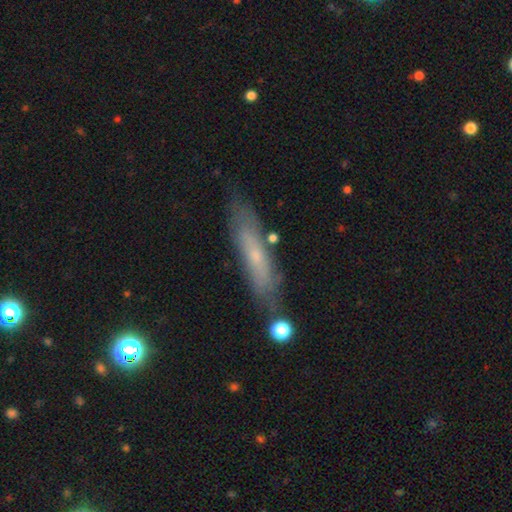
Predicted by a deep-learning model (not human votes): Smooth or featured? Predicted: smooth (p=0.47). Merging? Predicted: none (p=0.75).